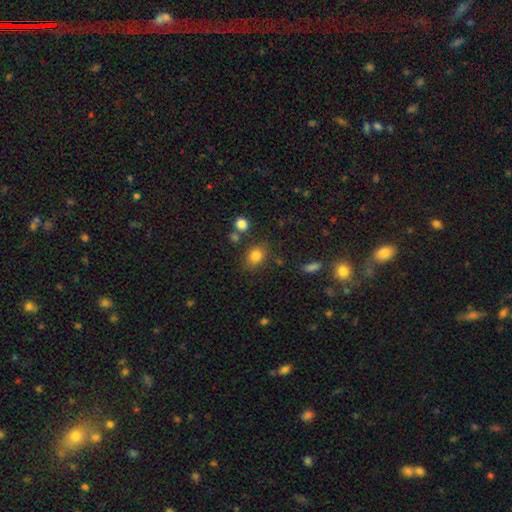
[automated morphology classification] Smooth or featured: smooth — 82% (star or artifact — 11%)
How rounded: in between — 55% (round — 44%)
Merging: none — 75% (minor disturbance — 13%)